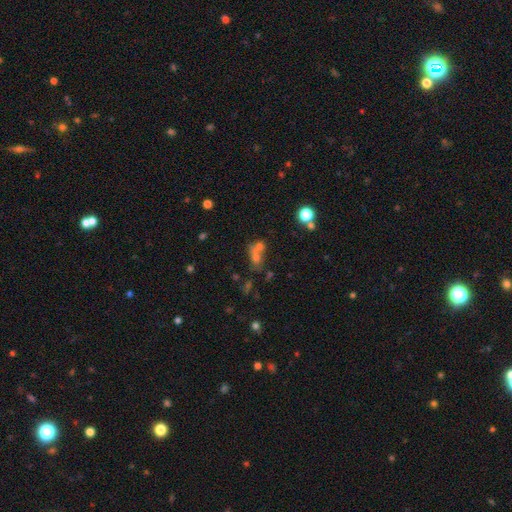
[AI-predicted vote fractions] The model was most divided on "merging": merger: 49%, none: 34%, minor disturbance: 9%, major disturbance: 8%. Remaining: smooth or featured — smooth (48%).